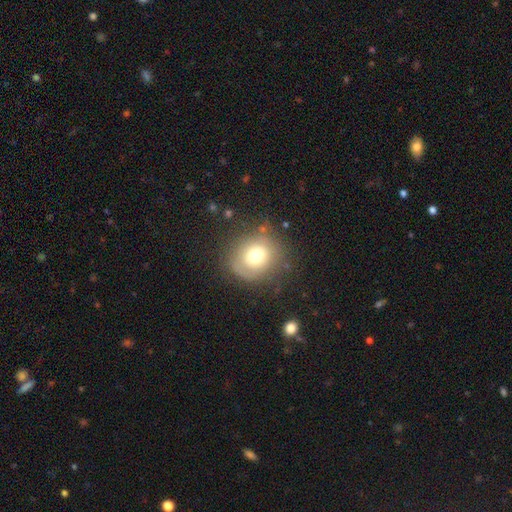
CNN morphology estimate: smooth-or-featured: smooth: 66% | featured or disk: 22% | star or artifact: 11%
  how-rounded: round: 83% | in between: 16% | cigar-shaped: 1%
  merging: none: 73% | minor disturbance: 16% | major disturbance: 8% | merger: 3%